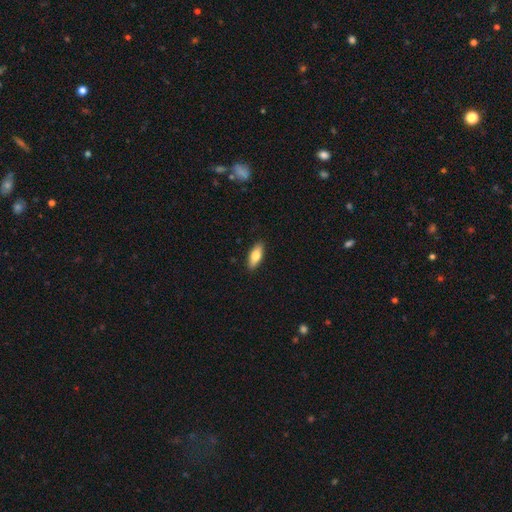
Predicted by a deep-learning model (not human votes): Morphology: type=smooth (73%); roundness=in between (74%); merging=none (89%).